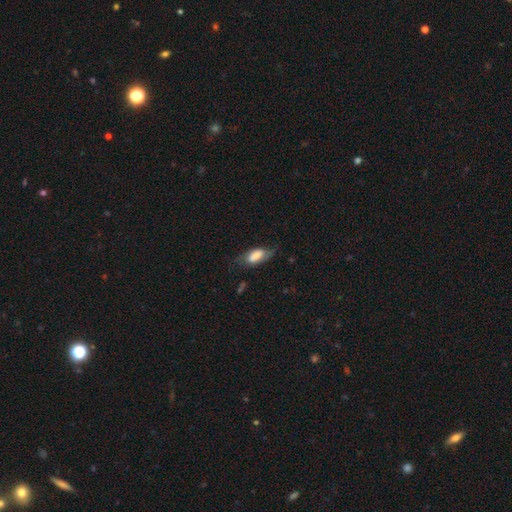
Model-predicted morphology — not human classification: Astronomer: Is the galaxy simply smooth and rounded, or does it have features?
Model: smooth — 59% (runner-up: featured or disk, 34%).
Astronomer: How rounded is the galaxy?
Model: in between — 83%.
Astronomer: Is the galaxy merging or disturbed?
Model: none — 56%.